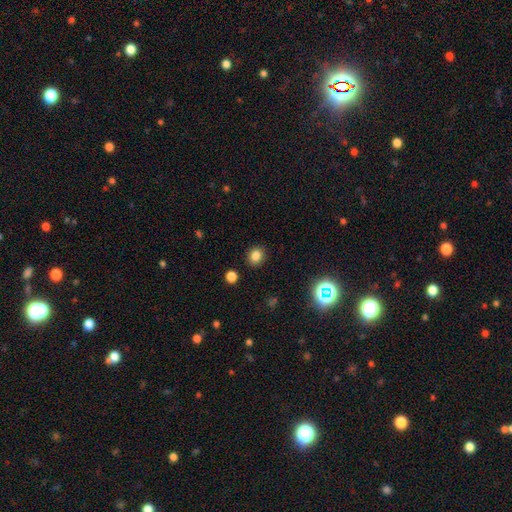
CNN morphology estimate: type=smooth (82%); roundness=round (75%); merging=none (90%).